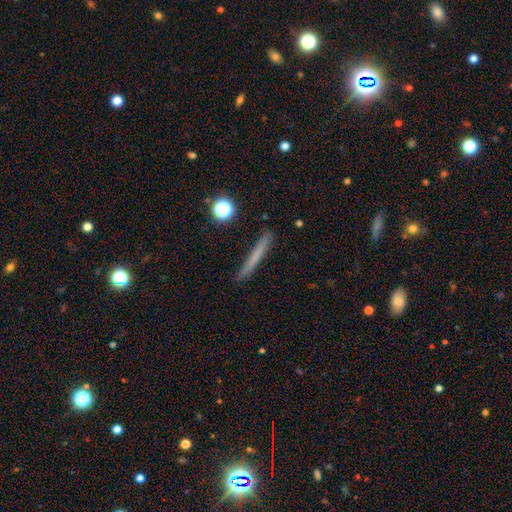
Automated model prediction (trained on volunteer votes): This appears to be a smooth galaxy with no disk features (62%) that is cigar-shaped (95%). Merging: none (87%).